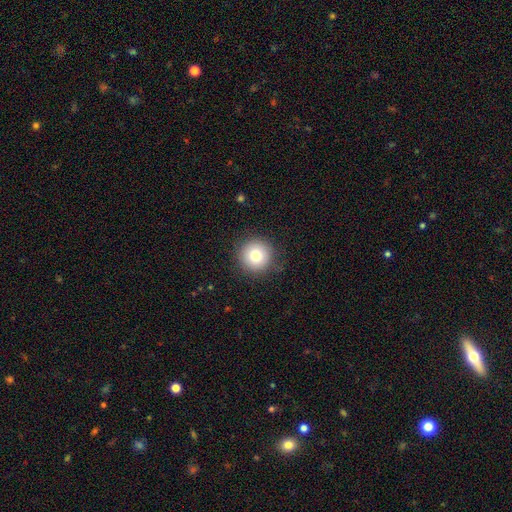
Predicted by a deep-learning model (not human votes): Smooth or featured: smooth — 79% (featured or disk — 11%)
How rounded: round — 95% (in between — 4%)
Merging: none — 86% (minor disturbance — 10%)